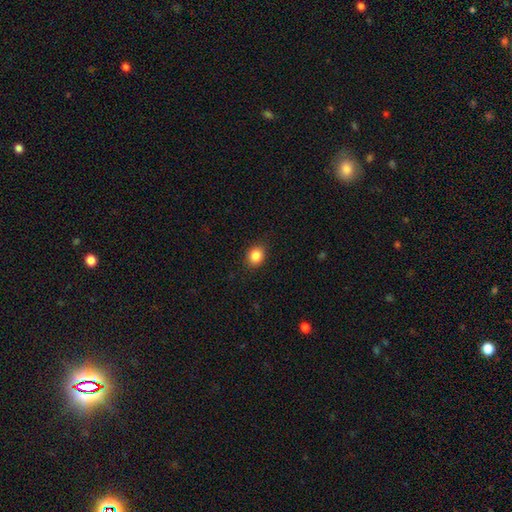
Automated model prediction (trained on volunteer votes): Smooth or featured: smooth — 87% (star or artifact — 9%)
How rounded: round — 61% (in between — 38%)
Merging: none — 88% (minor disturbance — 9%)